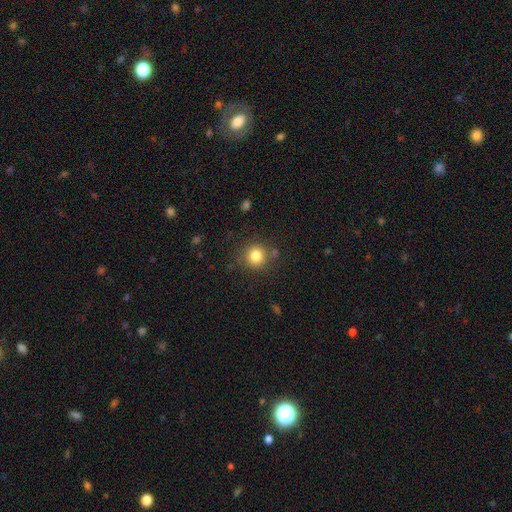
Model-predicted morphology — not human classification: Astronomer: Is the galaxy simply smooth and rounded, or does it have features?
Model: smooth — 81%.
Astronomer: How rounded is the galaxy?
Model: round — 90%.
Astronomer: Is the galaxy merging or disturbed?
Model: none — 82%.